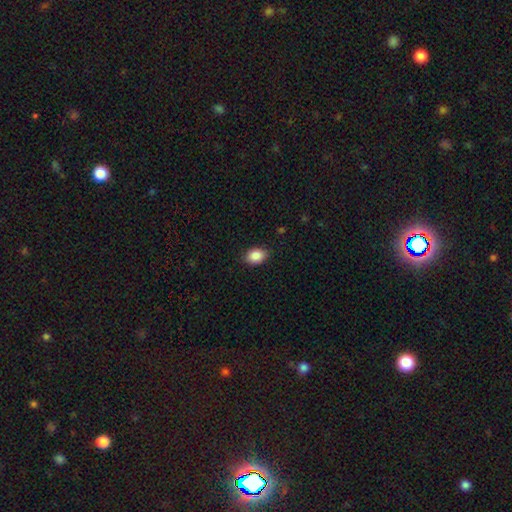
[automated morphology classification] Smooth or featured? smooth (88%)
How rounded? in between (80%)
Merging? none (85%)